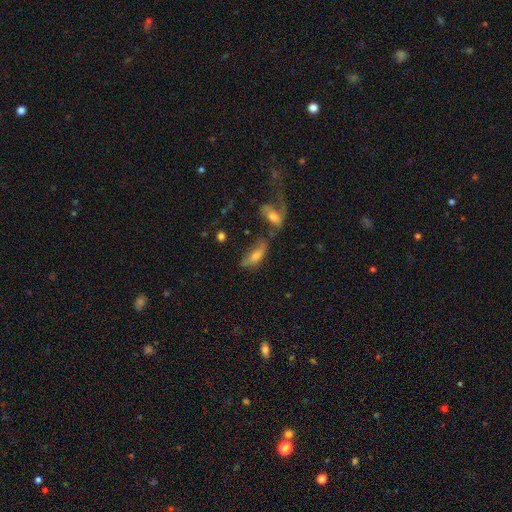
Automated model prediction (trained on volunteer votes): smooth-or-featured: smooth: 52% | featured or disk: 37% | star or artifact: 11%
  how-rounded: in between: 75% | cigar-shaped: 21% | round: 4%
  merging: merger: 35% | none: 30% | major disturbance: 18% | minor disturbance: 17%